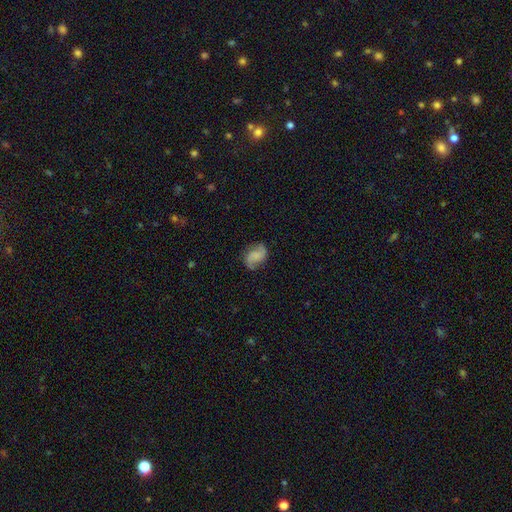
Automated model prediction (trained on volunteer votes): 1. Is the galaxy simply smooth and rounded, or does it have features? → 67% featured or disk, 25% smooth, 8% star or artifact.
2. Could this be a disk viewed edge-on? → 98% no, 2% yes.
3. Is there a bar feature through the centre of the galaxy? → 55% no, 36% weak, 9% strong.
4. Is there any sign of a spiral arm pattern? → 95% yes, 5% no.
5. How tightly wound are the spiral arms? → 59% loose, 32% medium, 9% tight.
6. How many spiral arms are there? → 91% 2, 3% can't tell, 3% 1, 1% 3, 1% 4, 1% more than 4.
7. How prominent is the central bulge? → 61% none, 18% small, 12% moderate, 6% large, 2% dominant.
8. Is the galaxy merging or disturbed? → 77% none, 16% minor disturbance, 6% major disturbance, 1% merger.